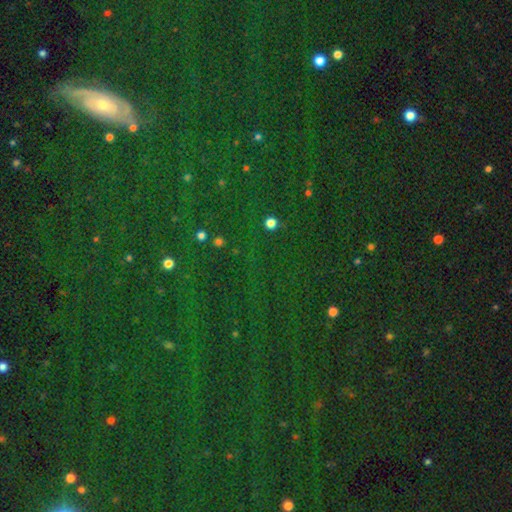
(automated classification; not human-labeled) This is likely a star or artifact rather than a galaxy (78%).